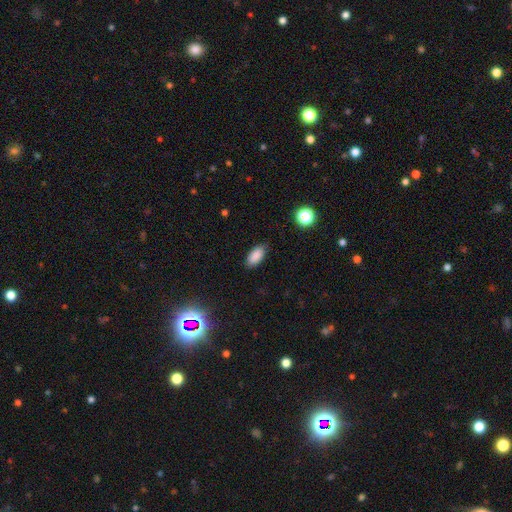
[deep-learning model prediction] This appears to be a smooth galaxy with no disk features (87%) that is in between round and cigar-shaped (90%). Merging: none (84%).